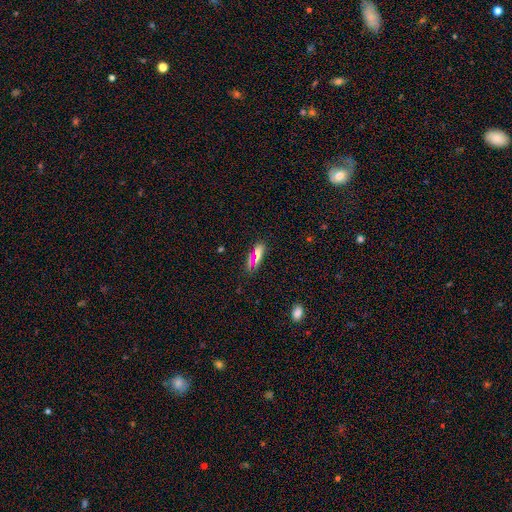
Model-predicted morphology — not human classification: smooth 64%, star or artifact 19%, featured or disk 17%. Down the decision tree: how rounded — in between (63%); merging — none (81%).